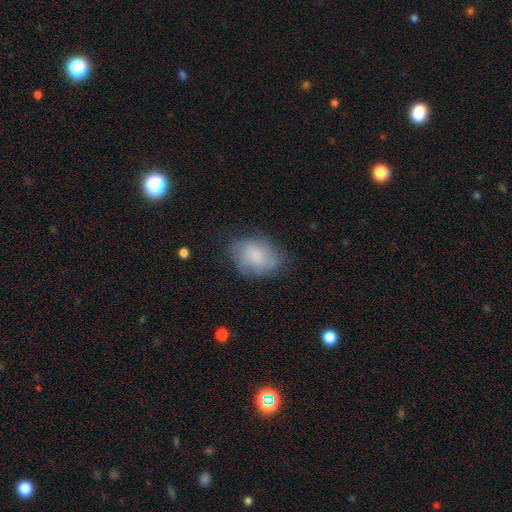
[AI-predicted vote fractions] smooth 57%, featured or disk 33%, star or artifact 9%. Down the decision tree: how rounded — in between (74%); merging — none (65%).